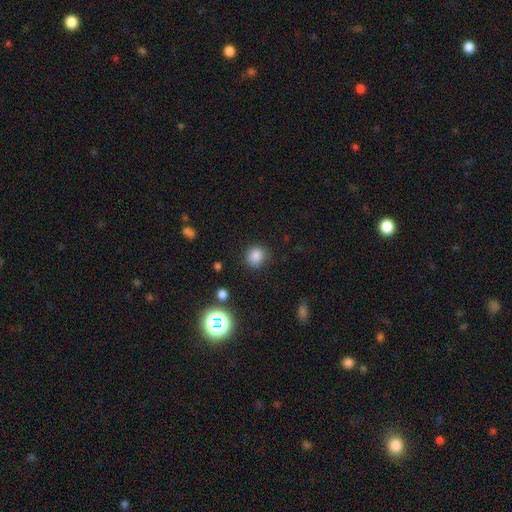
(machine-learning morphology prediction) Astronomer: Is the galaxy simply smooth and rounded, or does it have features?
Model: smooth — 82%.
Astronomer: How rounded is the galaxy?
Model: round — 82%.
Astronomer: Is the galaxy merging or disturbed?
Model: none — 84%.